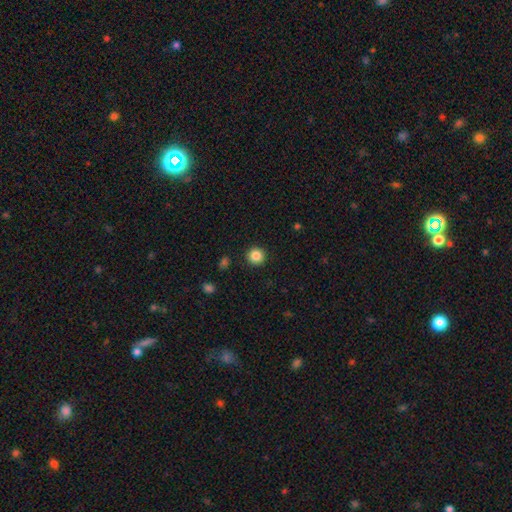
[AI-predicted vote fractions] smooth-or-featured: smooth: 86% | star or artifact: 10% | featured or disk: 4%
  how-rounded: round: 94% | in between: 5% | cigar-shaped: 1%
  merging: none: 92% | minor disturbance: 5% | major disturbance: 2% | merger: 1%